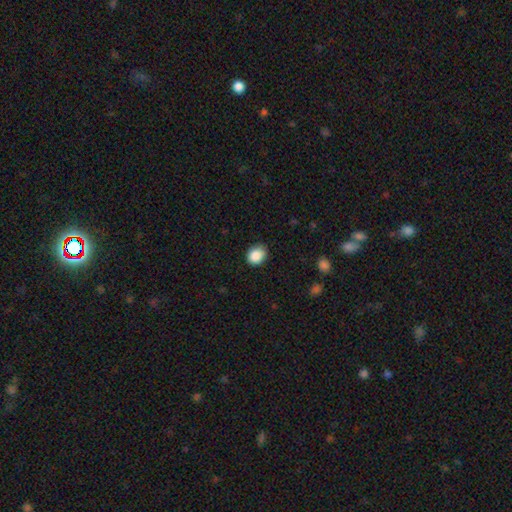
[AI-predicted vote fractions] Smooth or featured?
  - smooth: 88% *
  - star or artifact: 9%
  - featured or disk: 3%
How rounded?
  - round: 61% *
  - in between: 38%
  - cigar-shaped: 1%
Merging?
  - none: 78% *
  - minor disturbance: 18%
  - major disturbance: 3%
  - merger: 1%